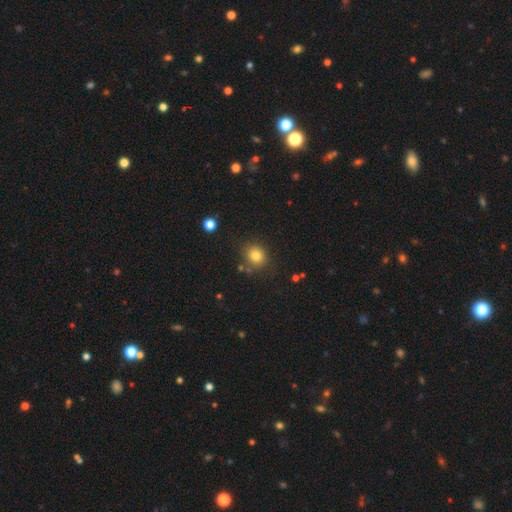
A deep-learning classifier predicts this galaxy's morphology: smooth 80%, star or artifact 13%, featured or disk 7%. Down the decision tree: how rounded — round (75%); merging — none (78%).